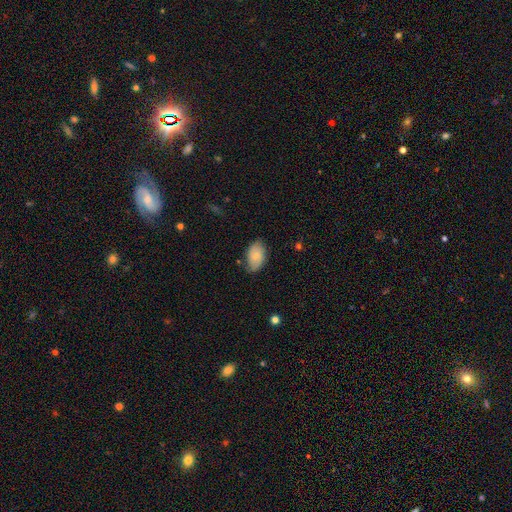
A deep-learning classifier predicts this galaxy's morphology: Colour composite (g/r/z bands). It shows a smooth galaxy with no disk features (70%) that is in between round and cigar-shaped (91%). Merging: none (69%).